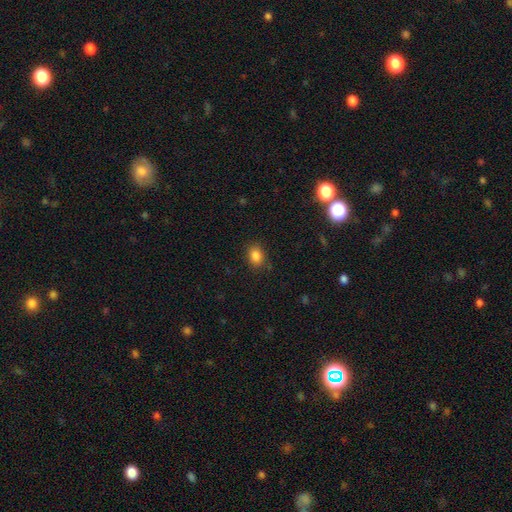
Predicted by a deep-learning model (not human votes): This is clearly a smooth galaxy (84%). How rounded: likely in between (69%). Merging: clearly none (84%).